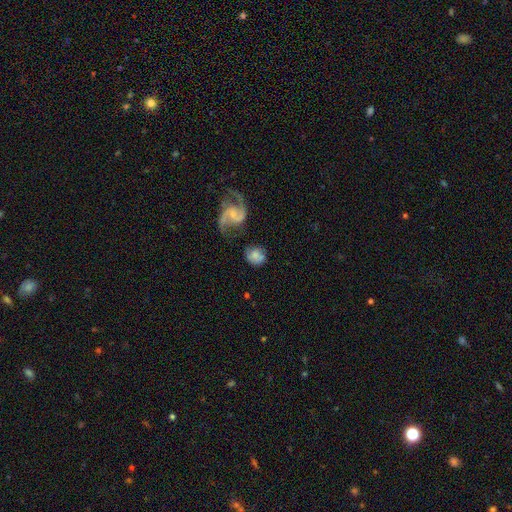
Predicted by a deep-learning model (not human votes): smooth-or-featured: smooth: 46% | featured or disk: 45% | star or artifact: 9%
  merging: none: 47% | minor disturbance: 21% | merger: 18% | major disturbance: 14%